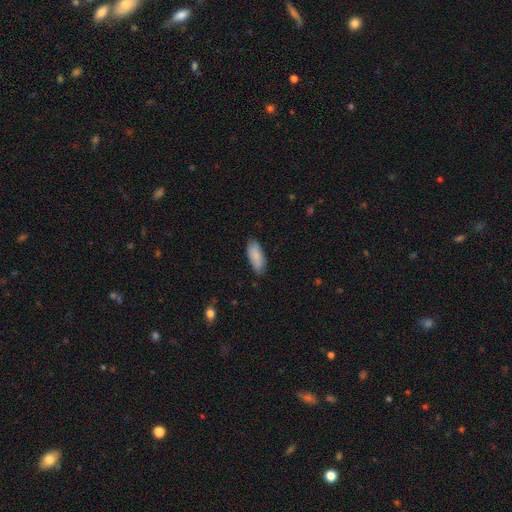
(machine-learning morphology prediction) Smooth or featured: smooth — 87% (featured or disk — 7%)
How rounded: in between — 80% (cigar-shaped — 18%)
Merging: none — 82% (minor disturbance — 15%)